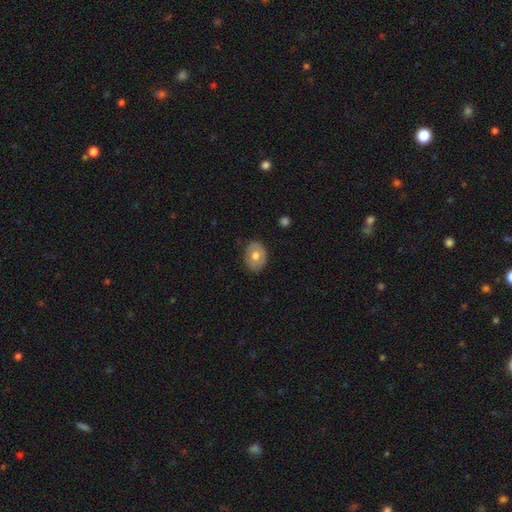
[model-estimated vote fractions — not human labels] A smooth galaxy with no disk features (64%) that is in between round and cigar-shaped (60%).

Vote fractions:
- Smooth or featured? smooth: 64% / featured or disk: 29% / star or artifact: 7%
- How rounded? in between: 60% / round: 39% / cigar-shaped: 1%
- Merging? none: 83% / minor disturbance: 13% / major disturbance: 3% / merger: 1%